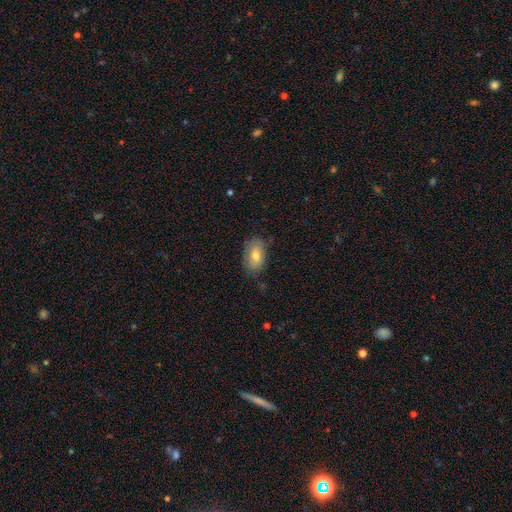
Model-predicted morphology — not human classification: This appears to be a smooth galaxy with no disk features (73%) that is in between round and cigar-shaped (90%). Merging: none (72%).